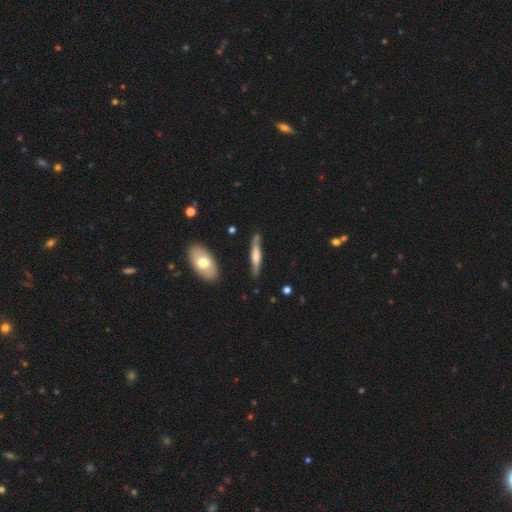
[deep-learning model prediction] This is possibly a featured or disk galaxy (48%). Merging: clearly none (80%).